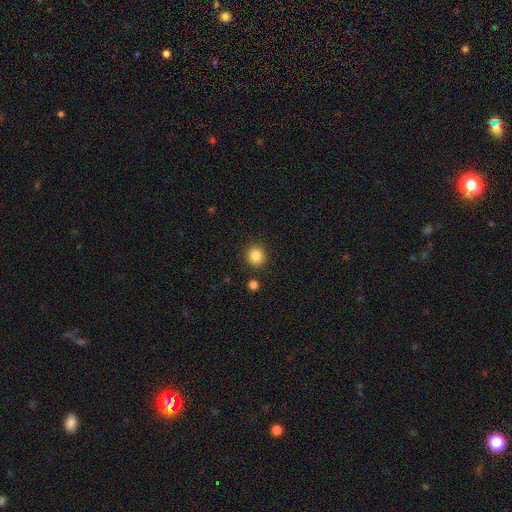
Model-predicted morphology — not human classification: smooth-or-featured: smooth: 86% | star or artifact: 10% | featured or disk: 4%
  how-rounded: round: 86% | in between: 13% | cigar-shaped: 1%
  merging: none: 88% | minor disturbance: 7% | merger: 3% | major disturbance: 2%